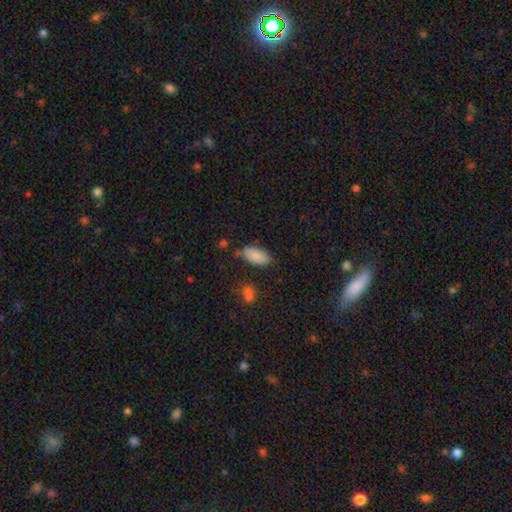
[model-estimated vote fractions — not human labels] smooth_or_featured: smooth (p=0.87) [alt: star or artifact p=0.07]
how_rounded: in between (p=0.92) [alt: cigar-shaped p=0.06]
merging: none (p=0.73) [alt: minor disturbance p=0.18]